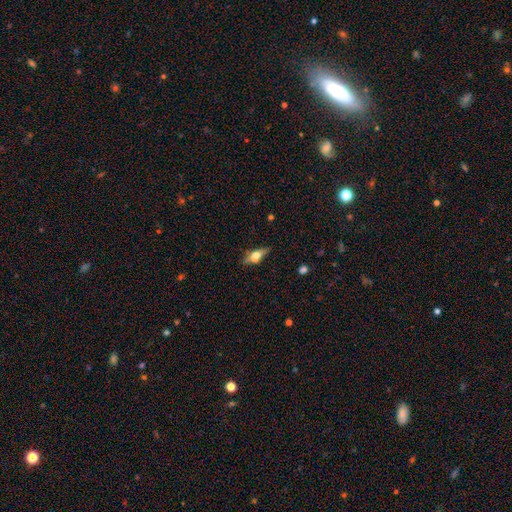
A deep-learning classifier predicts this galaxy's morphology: A smooth galaxy with no disk features (48%).

Vote fractions:
- Smooth or featured? smooth: 48% / featured or disk: 44% / star or artifact: 8%
- Merging? none: 72% / minor disturbance: 19% / major disturbance: 5% / merger: 3%